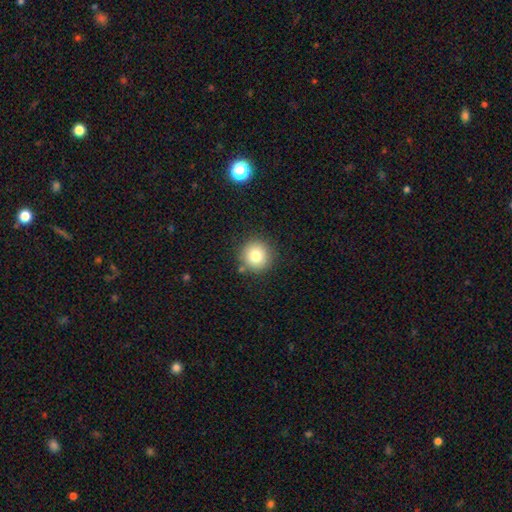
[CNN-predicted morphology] Smooth or featured? Predicted: smooth (p=0.79). How rounded? Predicted: round (p=0.94). Merging? Predicted: none (p=0.86).